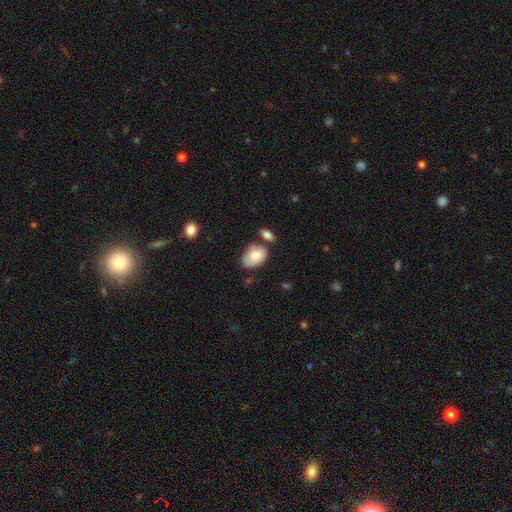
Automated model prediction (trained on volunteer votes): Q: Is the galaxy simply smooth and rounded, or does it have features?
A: smooth — 75%.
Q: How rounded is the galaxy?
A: in between — 87%.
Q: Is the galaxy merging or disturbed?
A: none — 59%.